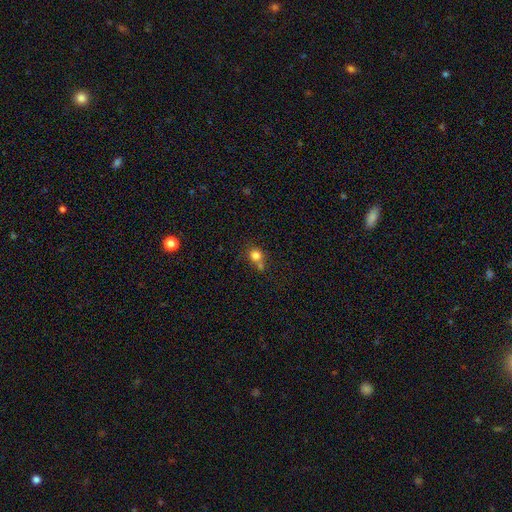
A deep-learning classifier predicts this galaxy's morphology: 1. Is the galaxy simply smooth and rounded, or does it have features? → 79% smooth, 12% star or artifact, 9% featured or disk.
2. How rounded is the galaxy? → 82% round, 17% in between, 1% cigar-shaped.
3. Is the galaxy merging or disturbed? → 52% none, 32% merger, 12% minor disturbance, 5% major disturbance.